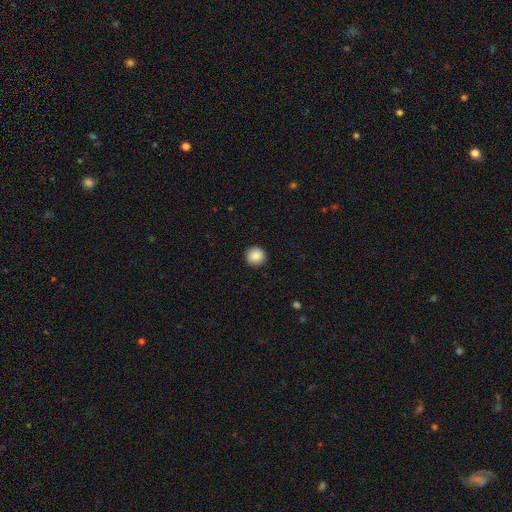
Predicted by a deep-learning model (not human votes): smooth-or-featured: smooth: 88% | star or artifact: 8% | featured or disk: 4%
  how-rounded: round: 94% | in between: 5% | cigar-shaped: 1%
  merging: none: 93% | minor disturbance: 5% | major disturbance: 2% | merger: 1%